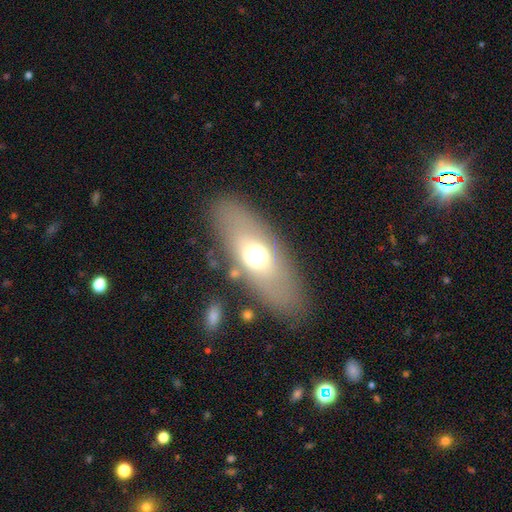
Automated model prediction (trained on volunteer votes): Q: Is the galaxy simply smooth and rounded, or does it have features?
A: smooth — 55%.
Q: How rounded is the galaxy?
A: in between — 72%.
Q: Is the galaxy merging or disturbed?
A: none — 79%.